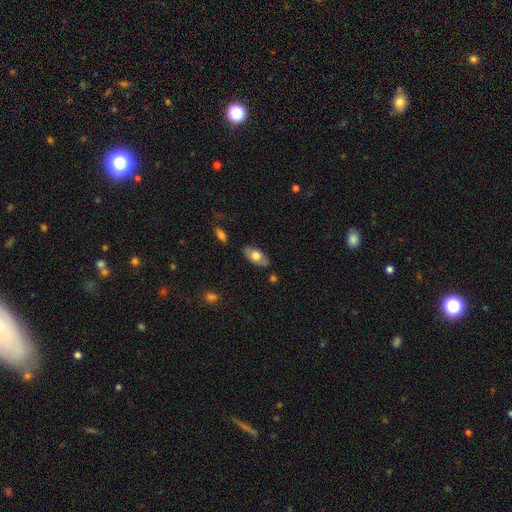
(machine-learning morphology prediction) Q: Smooth or featured?
A: smooth (64%); runner-up: featured or disk (30%)
Q: How rounded?
A: in between (91%); runner-up: cigar-shaped (5%)
Q: Merging?
A: none (81%); runner-up: minor disturbance (14%)